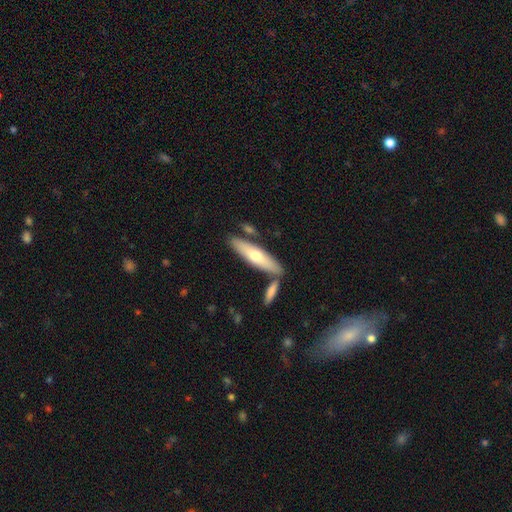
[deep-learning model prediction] smooth_or_featured: smooth (p=0.56) [alt: featured or disk p=0.39]
how_rounded: cigar-shaped (p=0.70) [alt: in between p=0.28]
merging: none (p=0.74) [alt: merger p=0.14]